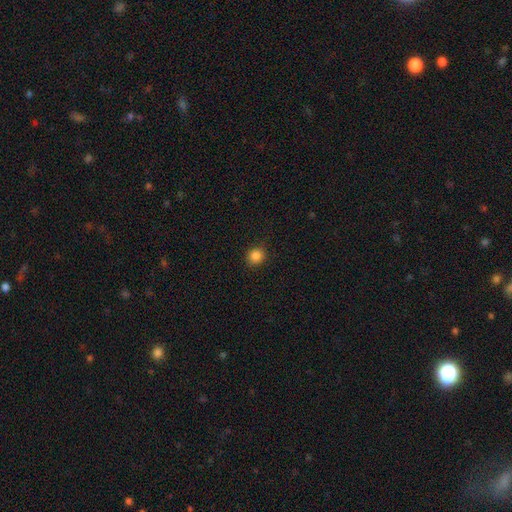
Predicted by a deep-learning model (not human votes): Morphology: type=smooth (85%); roundness=round (84%); merging=none (89%).